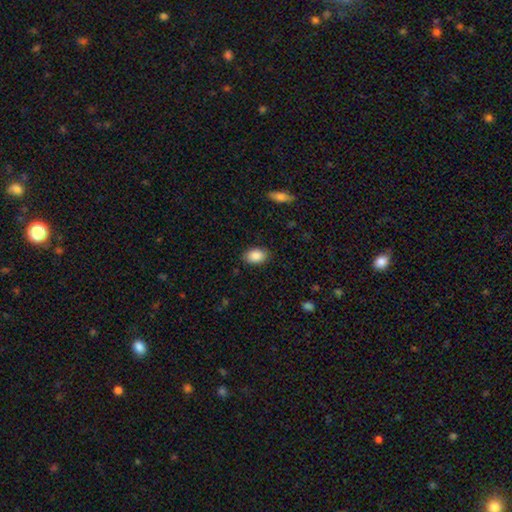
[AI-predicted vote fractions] Smooth or featured: smooth — 88% (star or artifact — 7%)
How rounded: in between — 86% (round — 13%)
Merging: none — 87% (minor disturbance — 10%)